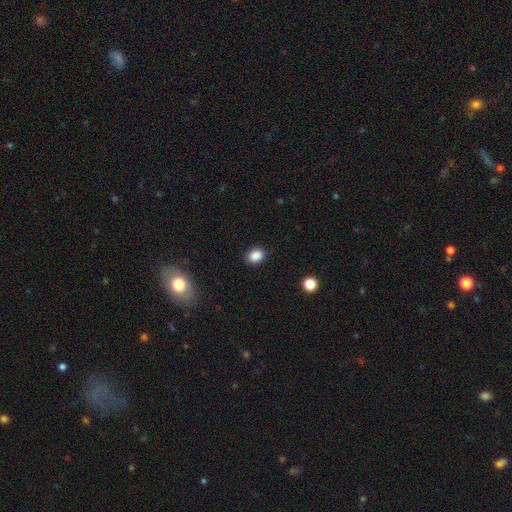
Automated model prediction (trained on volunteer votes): Smooth or featured: smooth — 87% (star or artifact — 10%)
How rounded: in between — 54% (round — 45%)
Merging: none — 87% (minor disturbance — 9%)